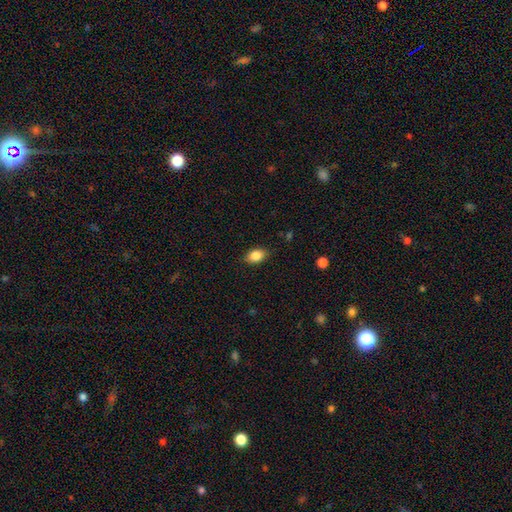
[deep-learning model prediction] Smooth or featured? smooth (85%)
How rounded? in between (83%)
Merging? none (86%)